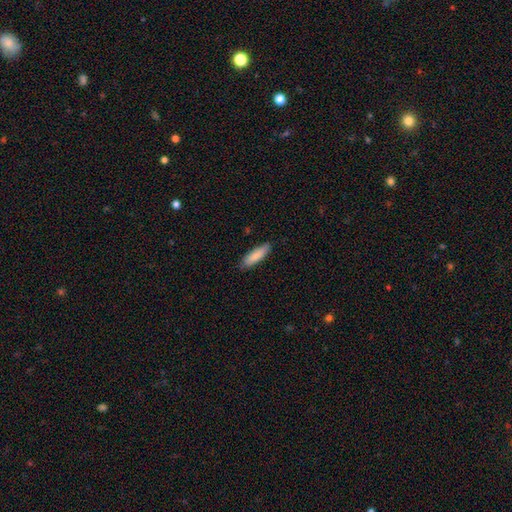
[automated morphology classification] smooth-or-featured: smooth: 86% | featured or disk: 9% | star or artifact: 5%
  how-rounded: cigar-shaped: 60% | in between: 39% | round: 1%
  merging: none: 86% | minor disturbance: 11% | major disturbance: 2% | merger: 1%